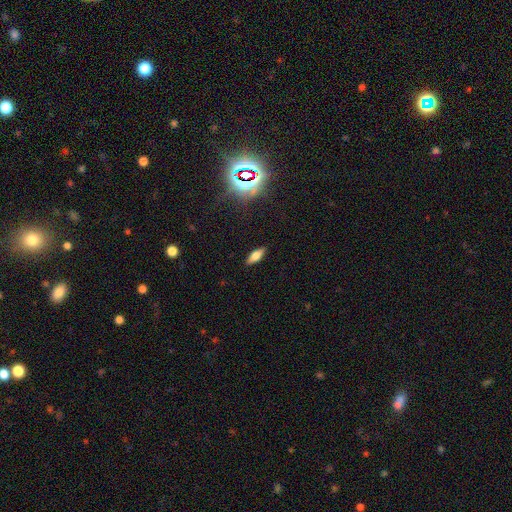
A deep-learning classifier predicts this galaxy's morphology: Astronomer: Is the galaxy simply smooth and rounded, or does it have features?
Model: smooth — 61%.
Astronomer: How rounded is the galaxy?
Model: in between — 65%.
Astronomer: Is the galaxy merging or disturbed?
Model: none — 88%.